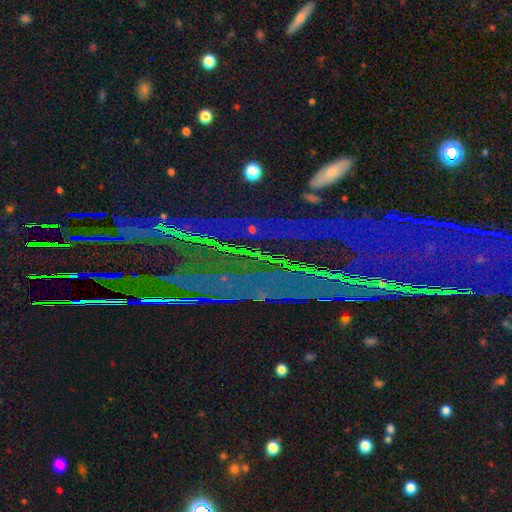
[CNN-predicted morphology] Smooth or featured?
  - star or artifact: 82% *
  - featured or disk: 10%
  - smooth: 8%